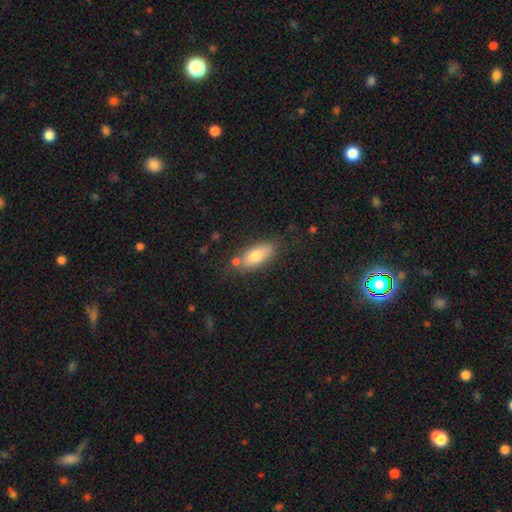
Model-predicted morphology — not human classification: Overall: smooth (75%). How rounded: in between (83%). Merging: none (70%).